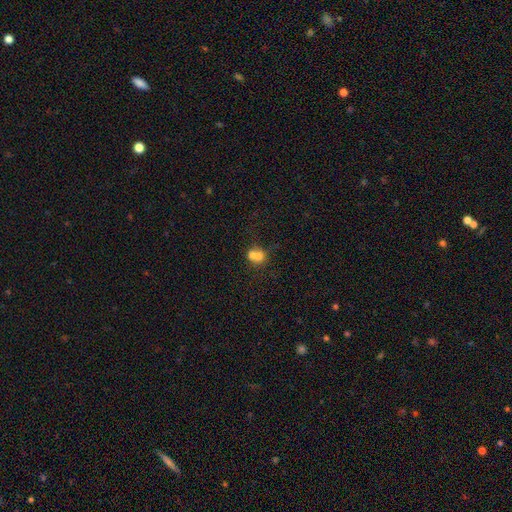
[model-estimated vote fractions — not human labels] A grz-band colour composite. It shows a smooth galaxy with no disk features (67%) that is round (74%). Merging: merger (65%).